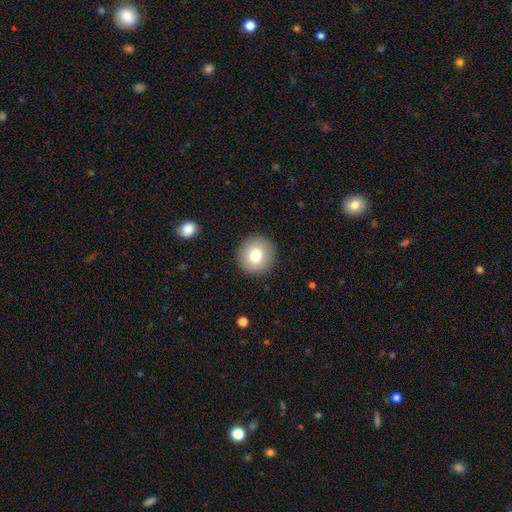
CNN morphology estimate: Smooth or featured: smooth — 77% (featured or disk — 13%)
How rounded: round — 93% (in between — 6%)
Merging: none — 91% (minor disturbance — 6%)